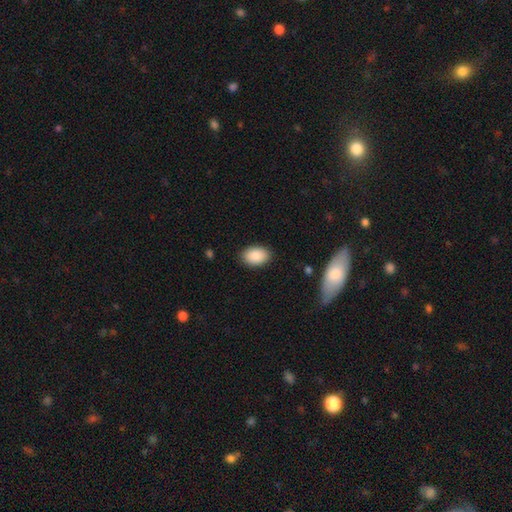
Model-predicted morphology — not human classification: Q: Smooth or featured?
A: smooth (89%); runner-up: star or artifact (7%)
Q: How rounded?
A: in between (87%); runner-up: round (12%)
Q: Merging?
A: none (88%); runner-up: minor disturbance (9%)